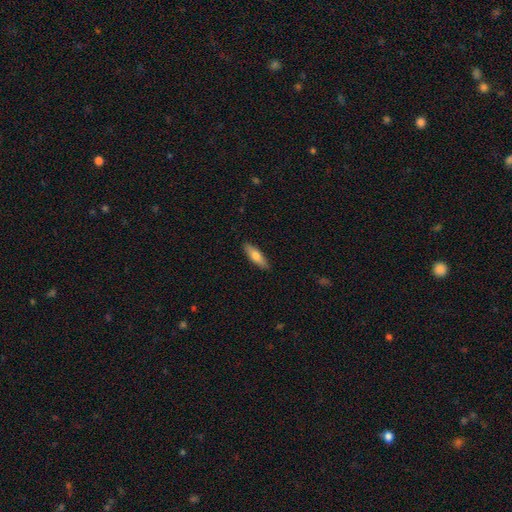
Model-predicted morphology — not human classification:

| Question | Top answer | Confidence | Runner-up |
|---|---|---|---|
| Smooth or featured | smooth | 70% | featured or disk (24%) |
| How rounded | cigar-shaped | 54% | in between (44%) |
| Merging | none | 89% | minor disturbance (9%) |